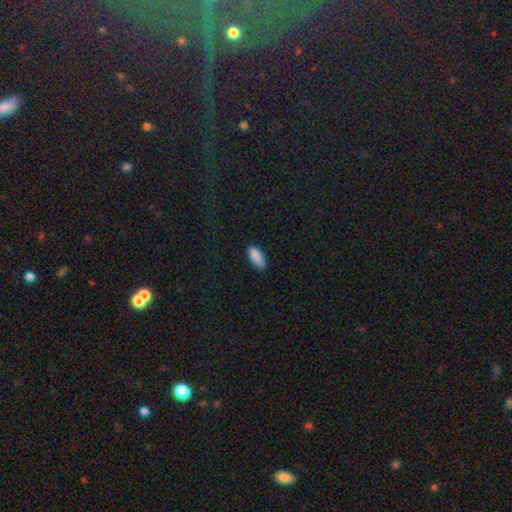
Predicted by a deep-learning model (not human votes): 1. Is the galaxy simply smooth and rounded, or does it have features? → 88% smooth, 8% star or artifact, 5% featured or disk.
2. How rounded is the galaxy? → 77% in between, 21% cigar-shaped, 2% round.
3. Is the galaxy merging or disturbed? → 70% none, 24% minor disturbance, 4% major disturbance, 1% merger.